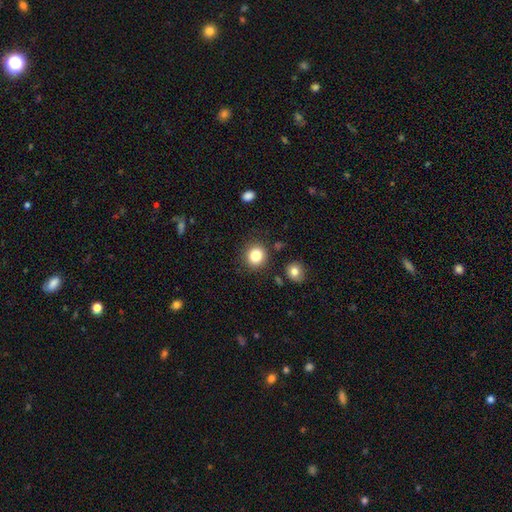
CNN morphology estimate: smooth 84%, star or artifact 10%, featured or disk 6%. Down the decision tree: how rounded — round (88%); merging — none (86%).